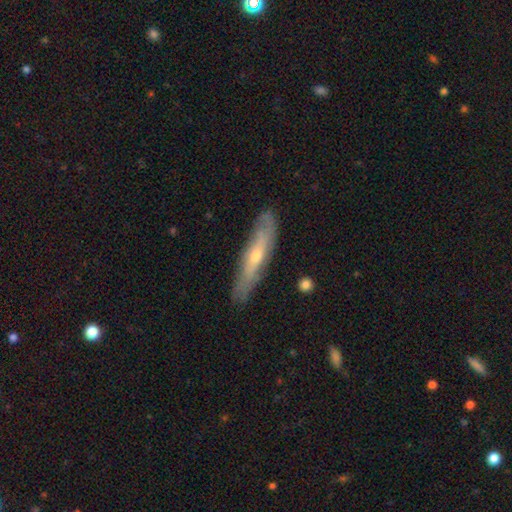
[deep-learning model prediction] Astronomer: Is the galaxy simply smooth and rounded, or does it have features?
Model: featured or disk — 60%.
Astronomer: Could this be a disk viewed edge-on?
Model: yes — 63%.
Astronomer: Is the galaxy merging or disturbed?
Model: none — 82%.